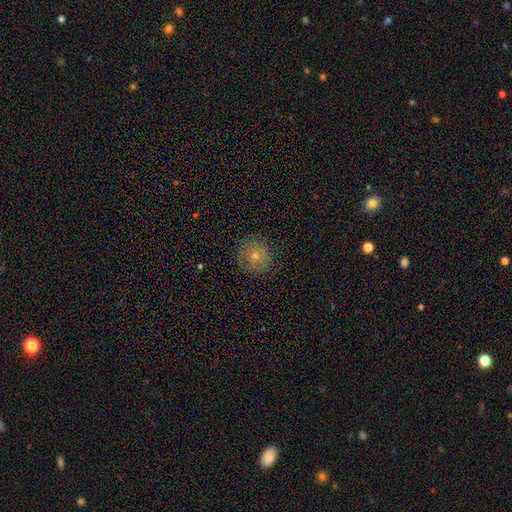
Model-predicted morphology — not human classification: Smooth or featured?
  - smooth: 61% *
  - featured or disk: 28%
  - star or artifact: 11%
How rounded?
  - round: 92% *
  - in between: 7%
  - cigar-shaped: 1%
Merging?
  - none: 86% *
  - minor disturbance: 10%
  - major disturbance: 3%
  - merger: 1%